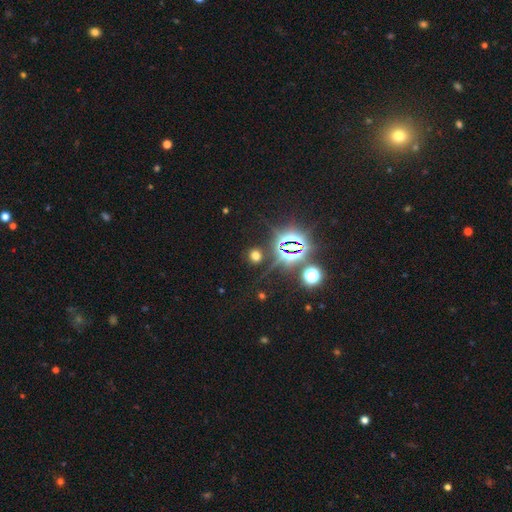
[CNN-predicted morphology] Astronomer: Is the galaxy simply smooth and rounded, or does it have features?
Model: smooth — 50% (runner-up: star or artifact, 42%).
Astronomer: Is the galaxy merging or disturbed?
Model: none — 84%.